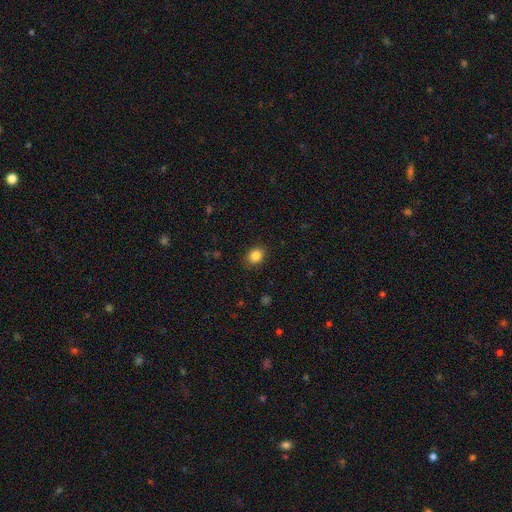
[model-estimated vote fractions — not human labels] smooth 85%, star or artifact 10%, featured or disk 5%. Down the decision tree: how rounded — round (55%); merging — none (89%).